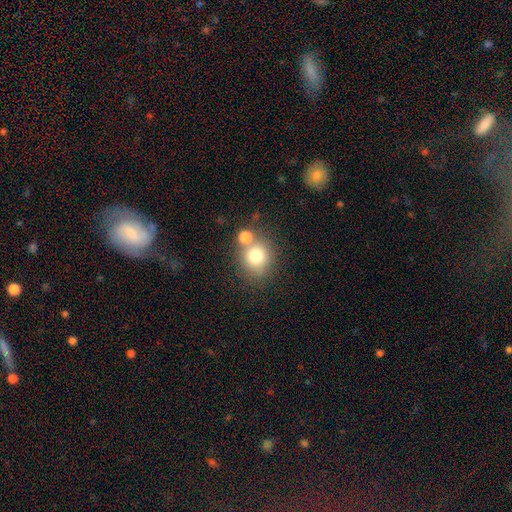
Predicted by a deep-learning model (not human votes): Morphology: type=smooth (75%); roundness=round (81%); merging=none (59%).